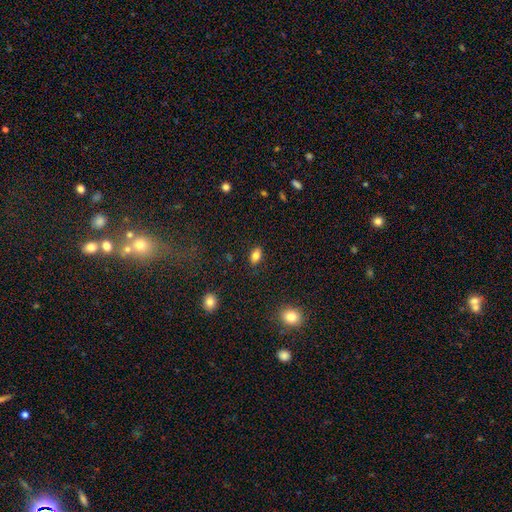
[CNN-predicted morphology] smooth_or_featured: smooth (p=0.81) [alt: star or artifact p=0.10]
how_rounded: in between (p=0.86) [alt: round p=0.10]
merging: none (p=0.87) [alt: minor disturbance p=0.09]